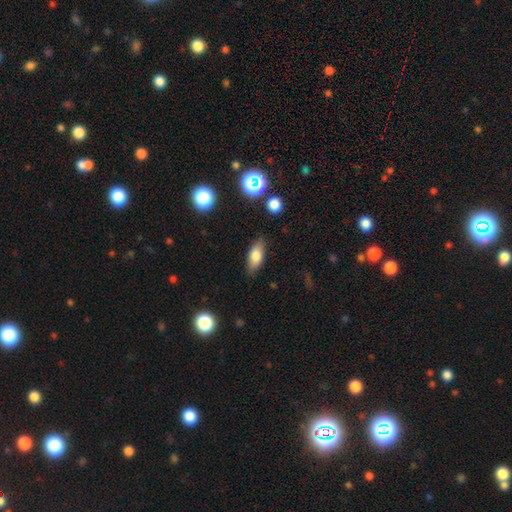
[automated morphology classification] Overall: smooth (77%). How rounded: in between (81%). Merging: none (84%).